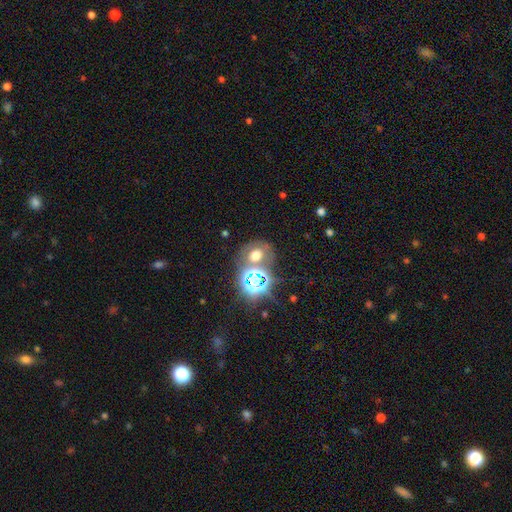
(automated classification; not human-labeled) A smooth galaxy with no disk features (47%). Merging: none (58%).